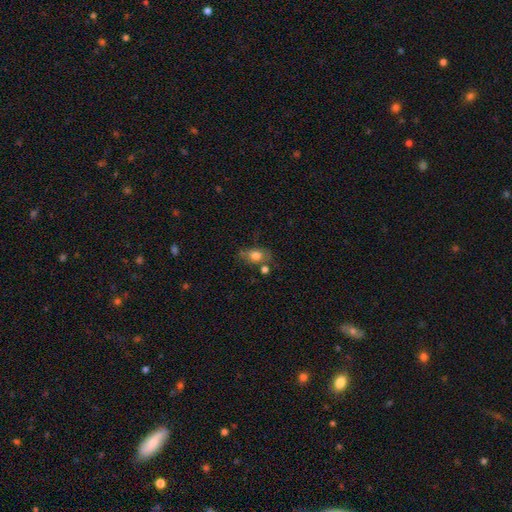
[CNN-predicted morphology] Smooth or featured: smooth — 72% (featured or disk — 18%)
How rounded: in between — 73% (round — 24%)
Merging: none — 53% (minor disturbance — 23%)